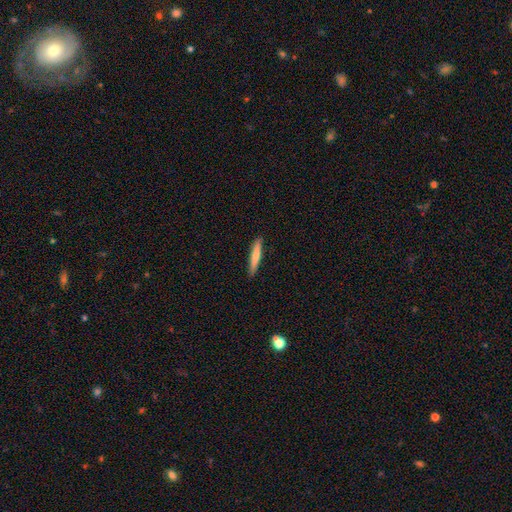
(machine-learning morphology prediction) Smooth or featured? smooth (69%)
How rounded? cigar-shaped (93%)
Merging? none (90%)